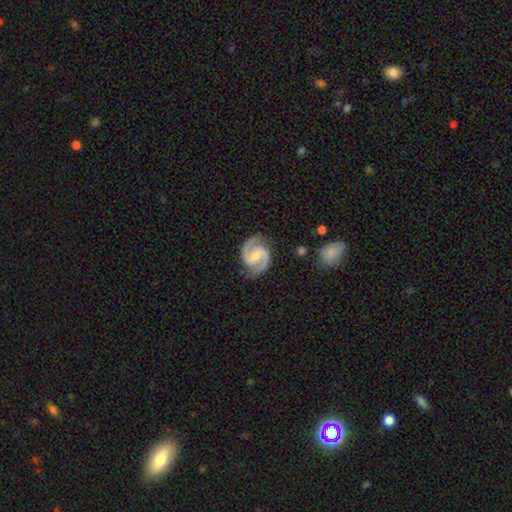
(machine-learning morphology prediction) type=featured or disk (93%); edge-on=no (98%); bar=weak (49%); spiral arms=yes (99%); winding=medium (63%); arm count=2 (95%); bulge=moderate (49%); merging=none (83%).